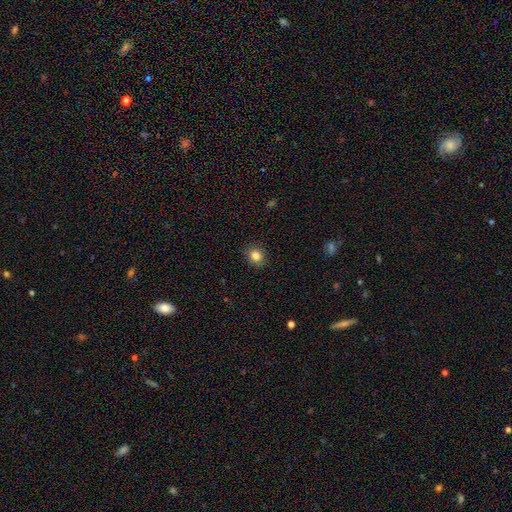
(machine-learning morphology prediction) smooth 83%, star or artifact 11%, featured or disk 6%. Down the decision tree: how rounded — round (75%); merging — none (90%).